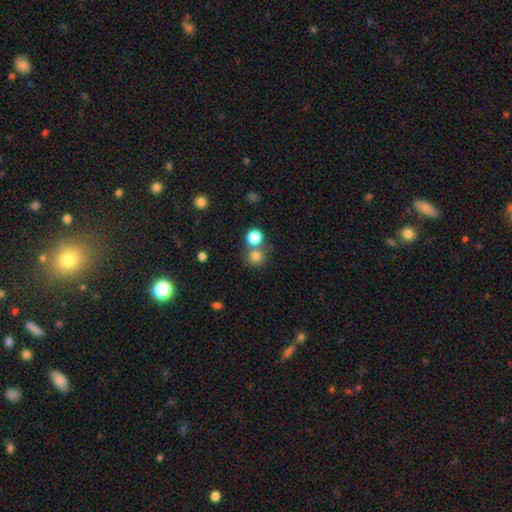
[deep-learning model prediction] Overall: smooth (78%). How rounded: round (91%). Merging: none (66%).